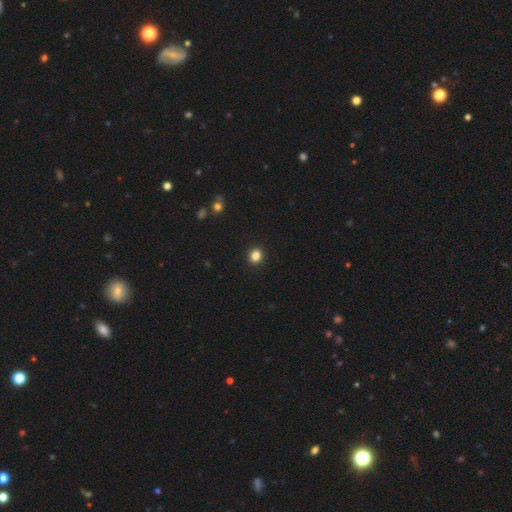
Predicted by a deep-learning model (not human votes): Smooth or featured? Predicted: smooth (p=0.85). How rounded? Predicted: round (p=0.73). Merging? Predicted: none (p=0.93).